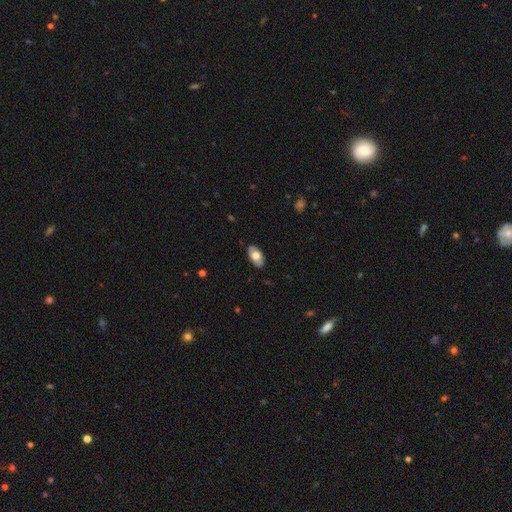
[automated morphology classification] smooth-or-featured: smooth: 64% | featured or disk: 30% | star or artifact: 6%
  how-rounded: in between: 93% | round: 4% | cigar-shaped: 3%
  merging: none: 86% | minor disturbance: 11% | major disturbance: 2% | merger: 1%